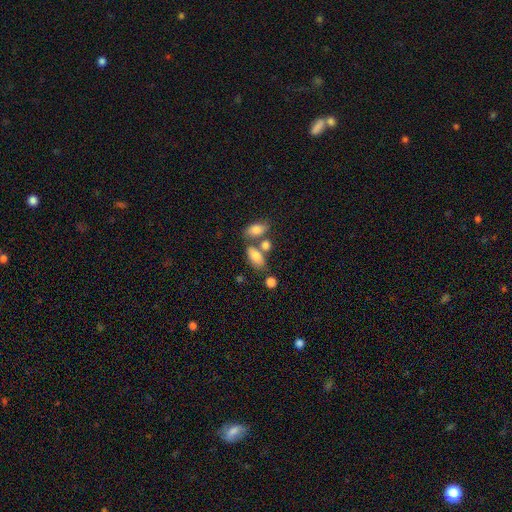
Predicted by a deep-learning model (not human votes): This appears to be a smooth galaxy with no disk features (79%) that is in between round and cigar-shaped (90%). Merging: none (48%).